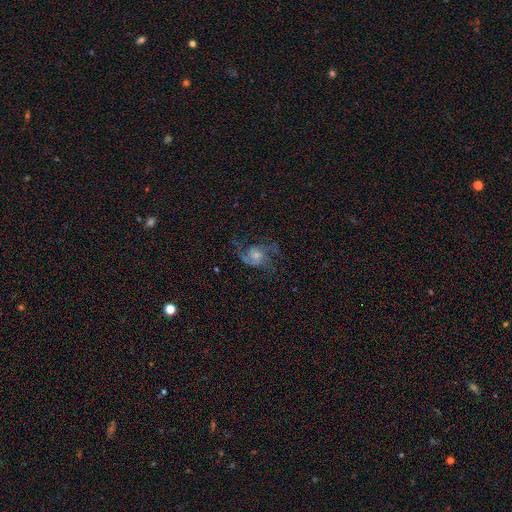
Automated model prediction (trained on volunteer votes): This appears to be a featured or disk galaxy (74%) with no bar (68%), 2 (62%) loose (45%) spiral arms (91%) and a small central bulge (40%). Merging: none (52%).